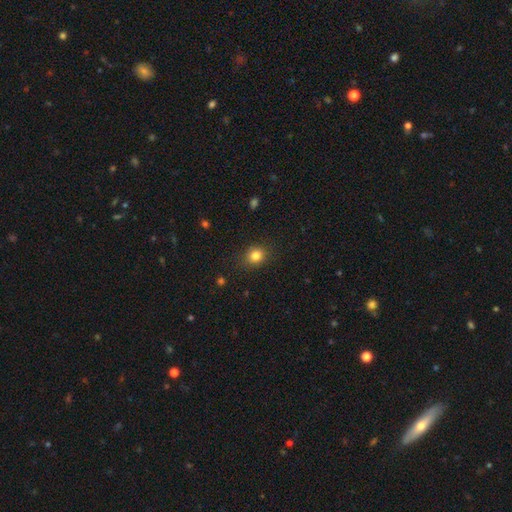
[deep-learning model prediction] Morphology: type=smooth (83%); roundness=round (72%); merging=none (86%).